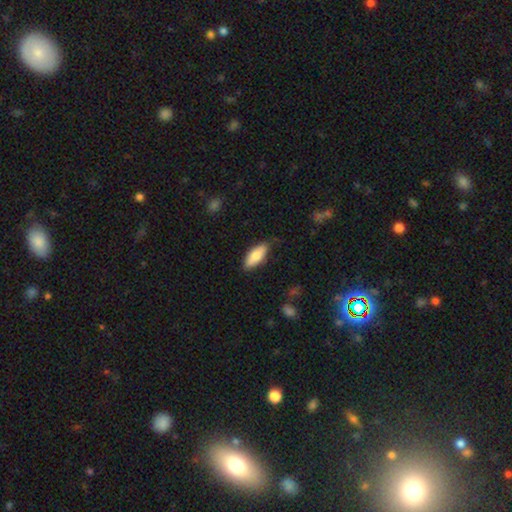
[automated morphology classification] Overall: smooth (77%). How rounded: in between (77%). Merging: none (76%).